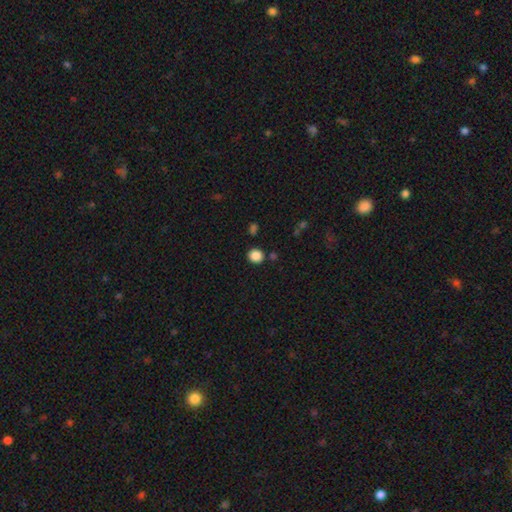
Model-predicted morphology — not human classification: Smooth or featured: smooth — 87% (star or artifact — 10%)
How rounded: round — 84% (in between — 15%)
Merging: none — 85% (minor disturbance — 7%)